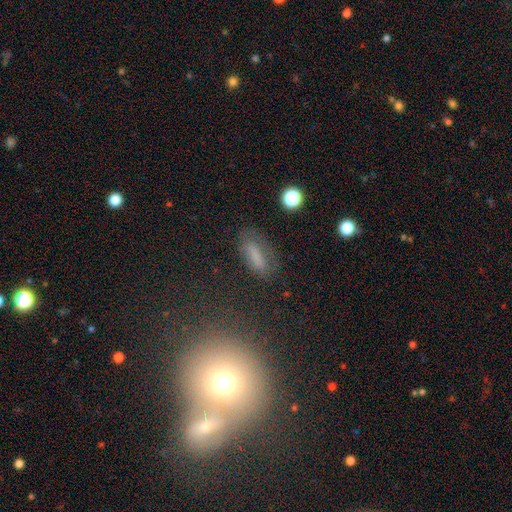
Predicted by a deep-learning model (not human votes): Smooth or featured? smooth (72%)
How rounded? in between (59%)
Merging? none (70%)